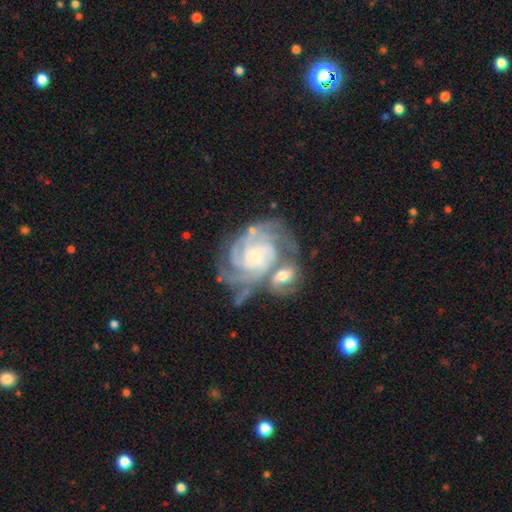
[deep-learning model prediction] A featured or disk galaxy (89%) with no bar (62%), 4 (26%) tight (67%) spiral arms (98%) and a small central bulge (68%). Merging: none (40%).